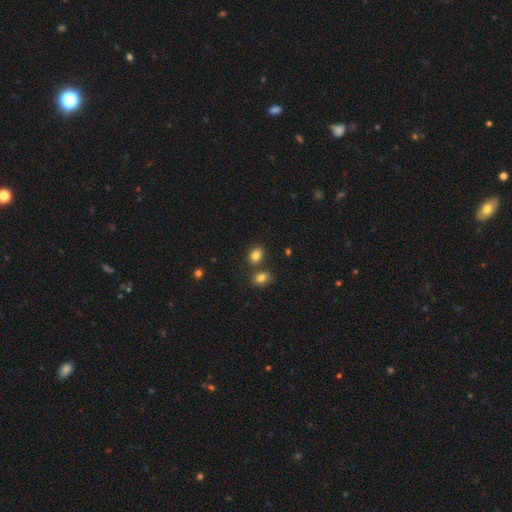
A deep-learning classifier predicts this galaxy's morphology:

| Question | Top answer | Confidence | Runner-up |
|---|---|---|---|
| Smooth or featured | smooth | 83% | star or artifact (10%) |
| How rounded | in between | 72% | round (27%) |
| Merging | none | 69% | merger (18%) |